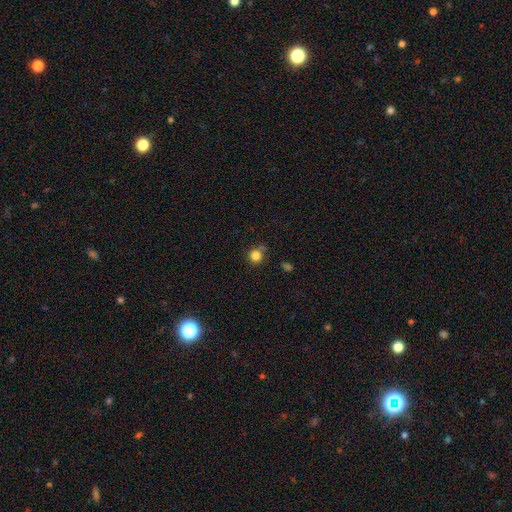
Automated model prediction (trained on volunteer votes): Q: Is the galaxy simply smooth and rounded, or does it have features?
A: smooth — 83%.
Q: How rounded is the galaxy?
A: round — 91%.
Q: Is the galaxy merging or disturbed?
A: none — 75%.